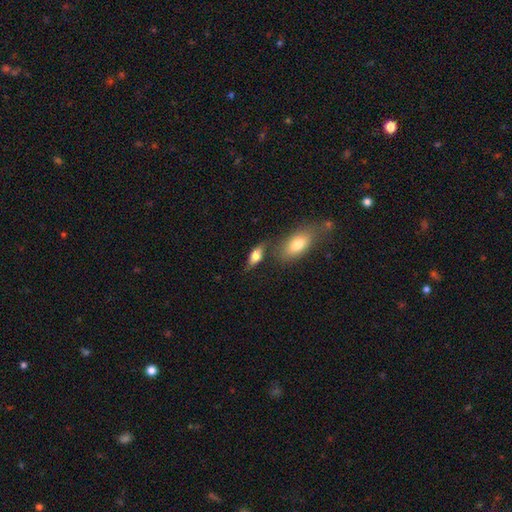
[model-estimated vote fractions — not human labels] A smooth galaxy with no disk features (75%) that is in between round and cigar-shaped (84%). Merging: none (55%).